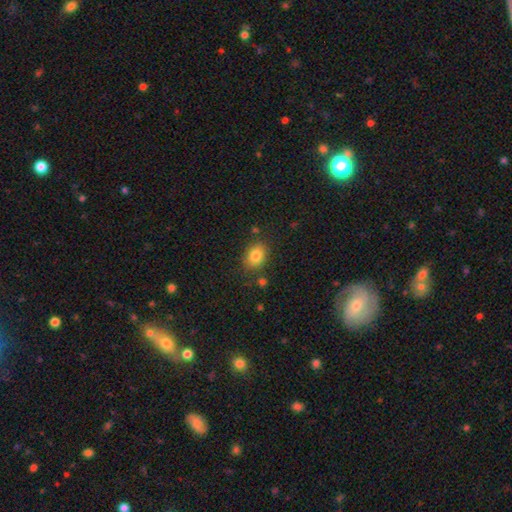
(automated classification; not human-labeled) This is clearly a smooth galaxy (82%). How rounded: likely in between (65%). Merging: likely none (79%).